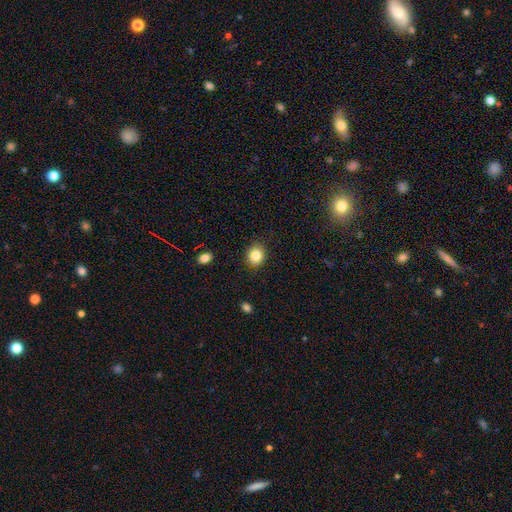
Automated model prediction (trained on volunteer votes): Q: Smooth or featured?
A: smooth (84%); runner-up: star or artifact (10%)
Q: How rounded?
A: round (75%); runner-up: in between (24%)
Q: Merging?
A: none (89%); runner-up: minor disturbance (7%)